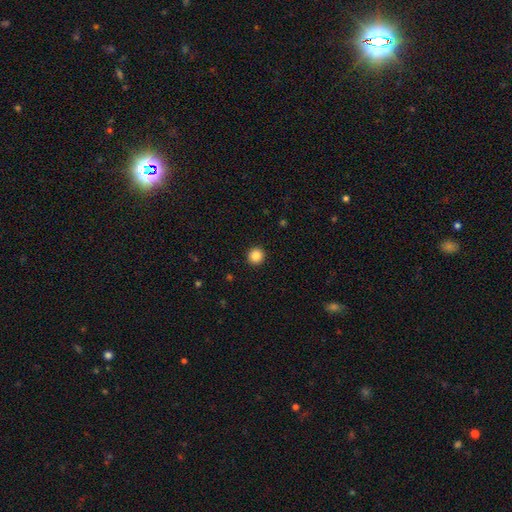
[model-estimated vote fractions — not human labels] smooth-or-featured: smooth: 85% | star or artifact: 10% | featured or disk: 4%
  how-rounded: round: 95% | in between: 4% | cigar-shaped: 1%
  merging: none: 93% | minor disturbance: 4% | major disturbance: 1% | merger: 1%